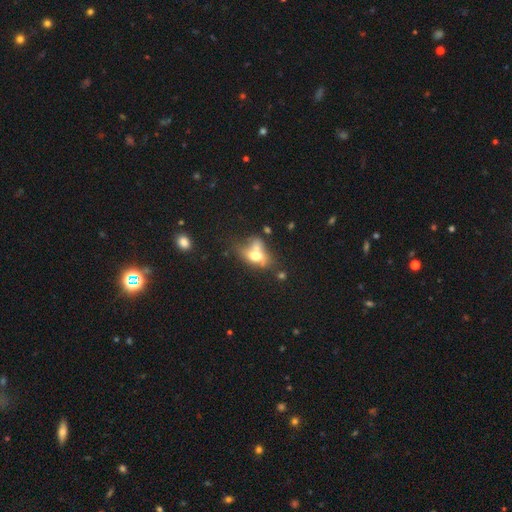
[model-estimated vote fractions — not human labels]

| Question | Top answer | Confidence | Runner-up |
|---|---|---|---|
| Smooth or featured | smooth | 59% | featured or disk (30%) |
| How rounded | in between | 72% | round (23%) |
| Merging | merger | 41% | none (24%) |